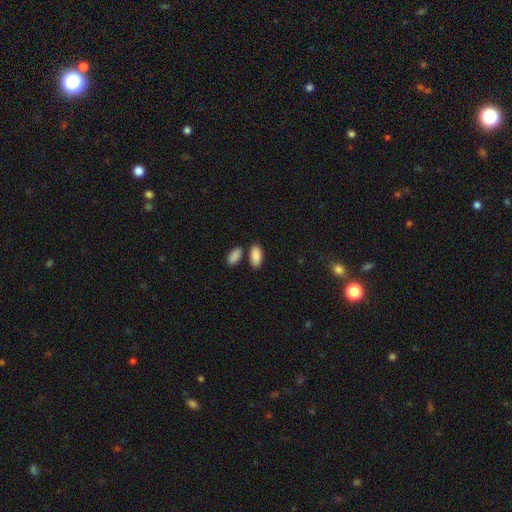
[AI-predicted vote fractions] smooth_or_featured: smooth (p=0.90) [alt: star or artifact p=0.06]
how_rounded: in between (p=0.92) [alt: cigar-shaped p=0.05]
merging: none (p=0.72) [alt: merger p=0.14]